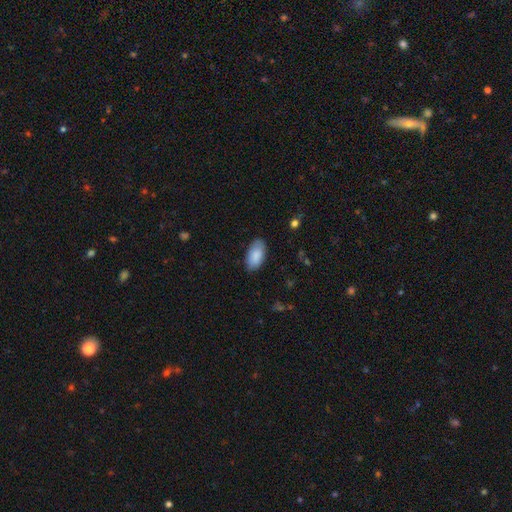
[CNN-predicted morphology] This appears to be a smooth galaxy with no disk features (88%) that is in between round and cigar-shaped (95%). Merging: none (82%).